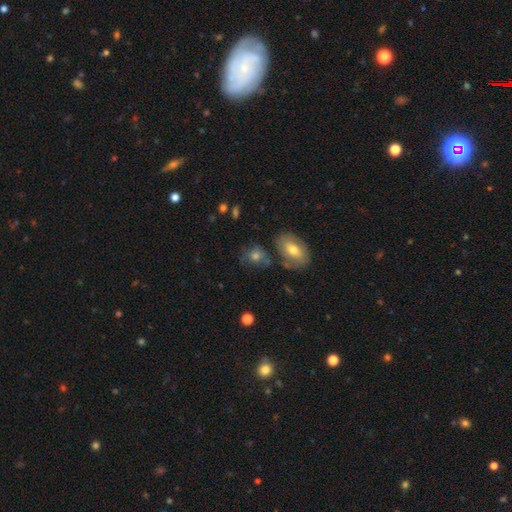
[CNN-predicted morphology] This appears to be a smooth galaxy with no disk features (60%) that is round (51%). Merging: none (56%).